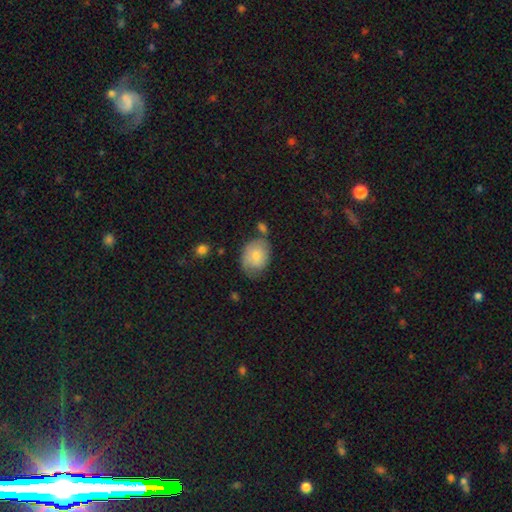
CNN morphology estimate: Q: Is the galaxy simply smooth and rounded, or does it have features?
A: smooth — 68%.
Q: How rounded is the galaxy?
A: in between — 59%.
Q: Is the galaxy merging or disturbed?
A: none — 52%.